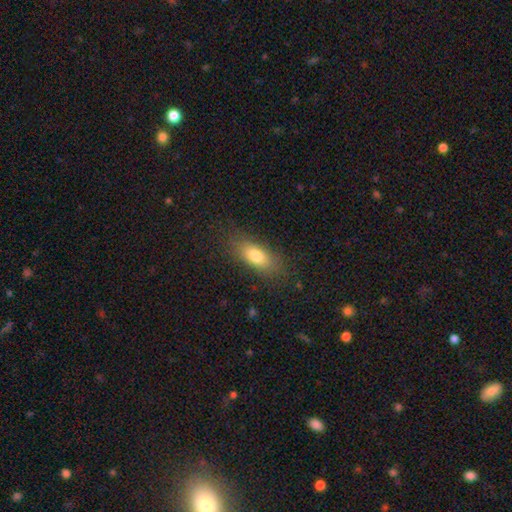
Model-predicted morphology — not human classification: Overall: smooth (78%). How rounded: in between (78%). Merging: none (81%).